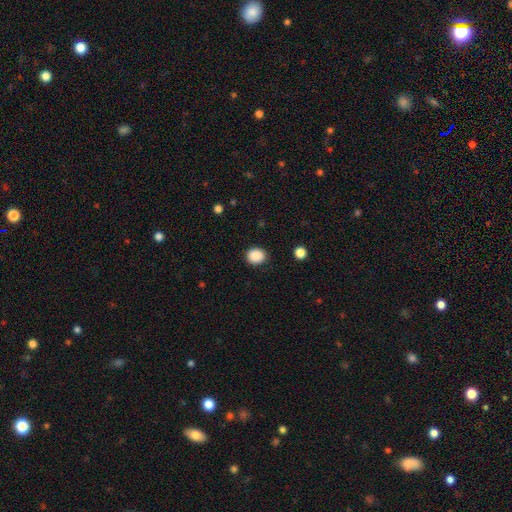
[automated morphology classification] type=smooth (89%); roundness=round (69%); merging=none (89%).